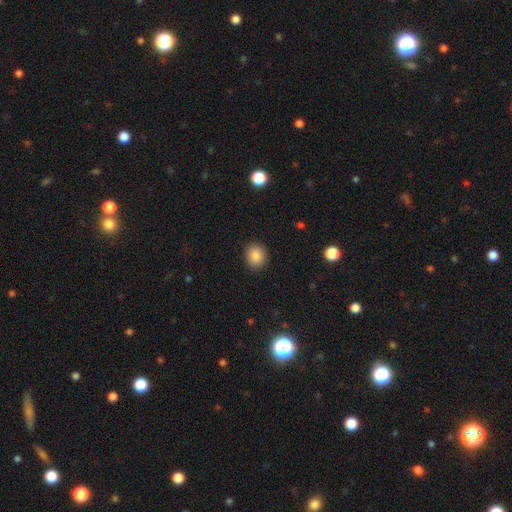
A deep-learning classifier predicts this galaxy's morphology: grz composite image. It shows a smooth galaxy with no disk features (87%) that is round (76%). Merging: none (90%).